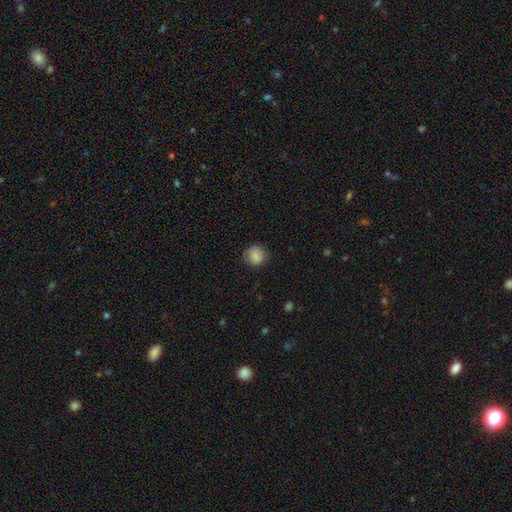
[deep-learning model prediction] A smooth galaxy with no disk features (86%) that is round (86%). Merging: none (80%).